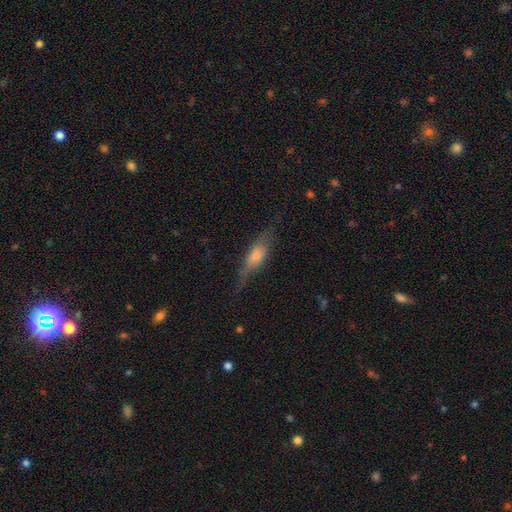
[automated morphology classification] Smooth or featured?
  - featured or disk: 54% *
  - smooth: 38%
  - star or artifact: 9%
Edge-on disk?
  - yes: 86% *
  - no: 14%
Merging?
  - none: 69% *
  - minor disturbance: 21%
  - major disturbance: 8%
  - merger: 2%